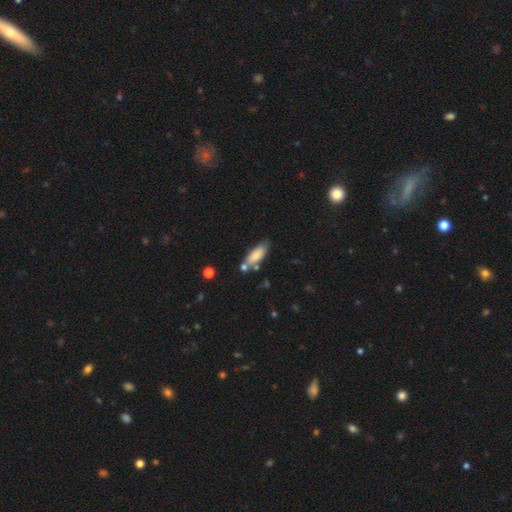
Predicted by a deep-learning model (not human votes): Smooth or featured?
  - smooth: 80% *
  - featured or disk: 13%
  - star or artifact: 7%
How rounded?
  - in between: 67% *
  - cigar-shaped: 31%
  - round: 2%
Merging?
  - none: 60% *
  - minor disturbance: 20%
  - merger: 15%
  - major disturbance: 5%